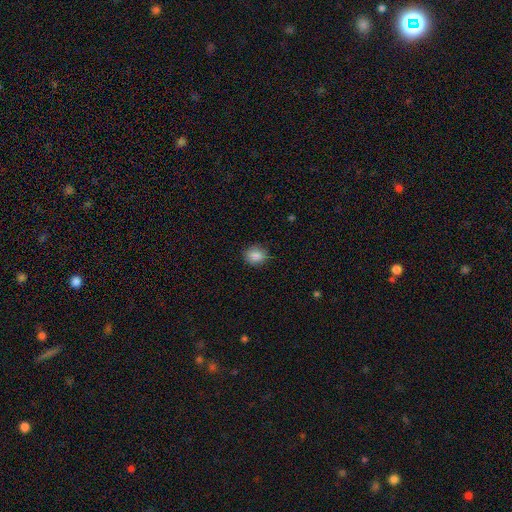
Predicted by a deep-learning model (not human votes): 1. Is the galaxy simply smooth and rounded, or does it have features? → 86% smooth, 9% star or artifact, 5% featured or disk.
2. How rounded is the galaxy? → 65% round, 34% in between, 1% cigar-shaped.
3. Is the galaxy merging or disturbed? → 83% none, 13% minor disturbance, 3% major disturbance, 1% merger.